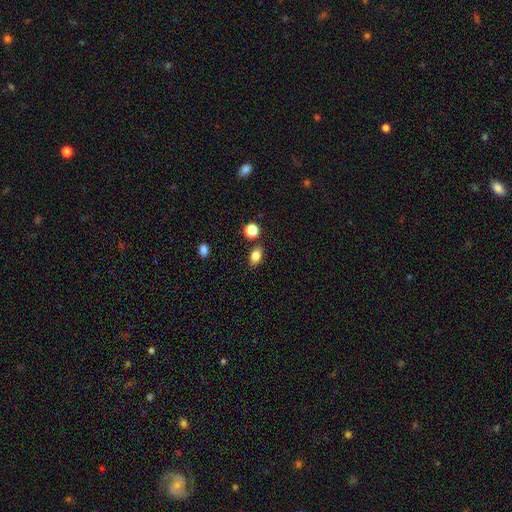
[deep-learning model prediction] Q: Smooth or featured?
A: smooth (81%); runner-up: star or artifact (11%)
Q: How rounded?
A: in between (78%); runner-up: round (20%)
Q: Merging?
A: none (81%); runner-up: minor disturbance (11%)